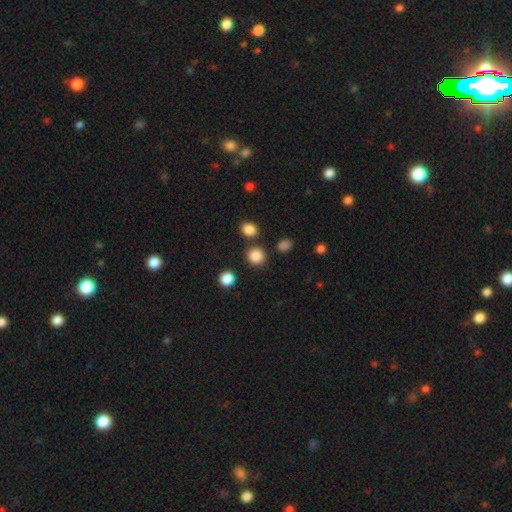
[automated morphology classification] The model was most divided on "smooth or featured": smooth: 85%, star or artifact: 12%, featured or disk: 3%. More confident: how rounded — round (89%); merging — none (84%).